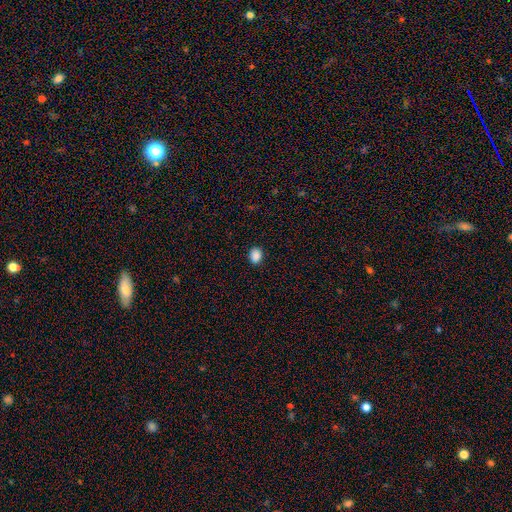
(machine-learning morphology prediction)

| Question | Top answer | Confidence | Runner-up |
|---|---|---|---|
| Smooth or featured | smooth | 88% | star or artifact (10%) |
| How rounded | in between | 53% | round (46%) |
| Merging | none | 90% | minor disturbance (7%) |